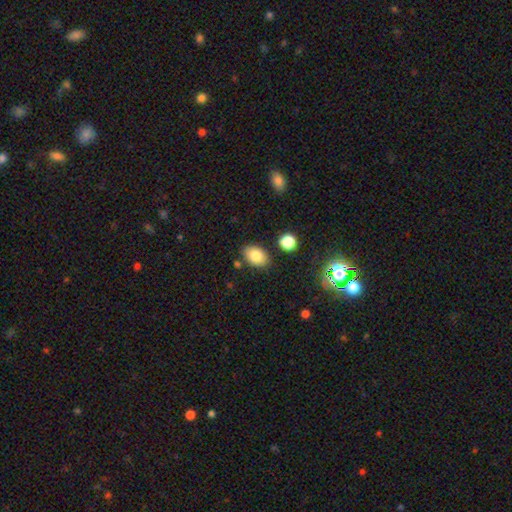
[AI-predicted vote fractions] Smooth or featured? Predicted: smooth (p=0.82). How rounded? Predicted: in between (p=0.84). Merging? Predicted: none (p=0.82).